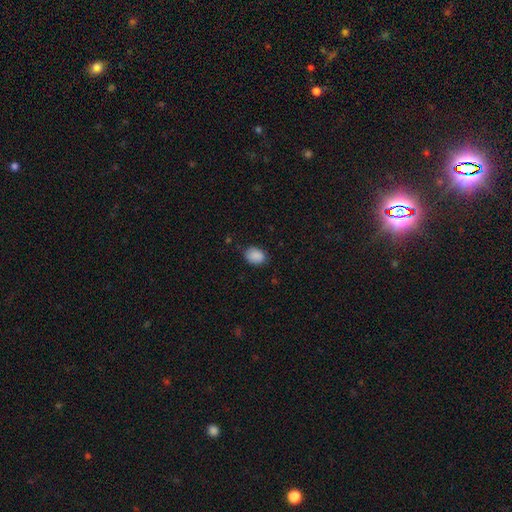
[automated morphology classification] Q: Smooth or featured?
A: smooth (88%); runner-up: star or artifact (8%)
Q: How rounded?
A: in between (71%); runner-up: round (28%)
Q: Merging?
A: none (78%); runner-up: minor disturbance (17%)